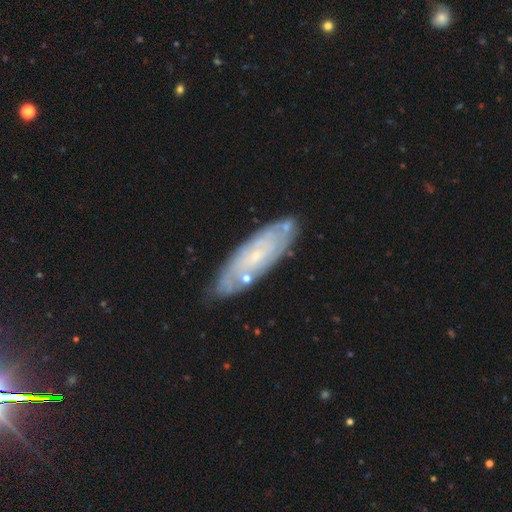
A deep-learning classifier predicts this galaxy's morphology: type=featured or disk (65%); edge-on=no (79%); bar=no (75%); spiral arms=yes (71%); bulge=small (81%); merging=none (79%).